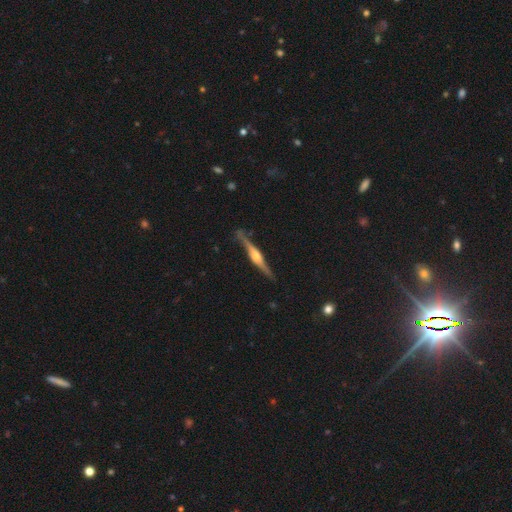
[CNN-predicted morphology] The model was most divided on "smooth or featured": featured or disk: 82%, smooth: 13%, star or artifact: 5%. More confident: edge-on disk — yes (98%); edge-on bulge — rounded (91%); merging — none (86%).